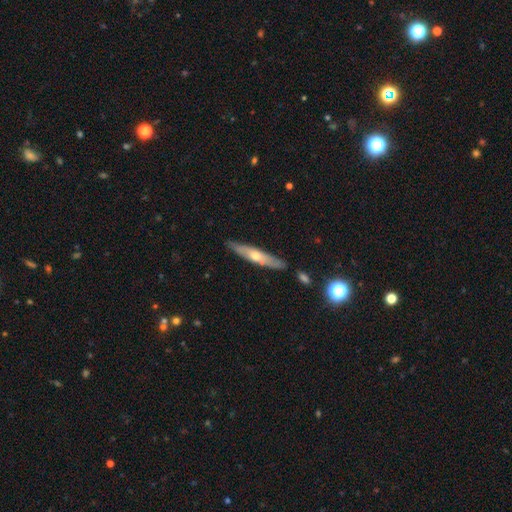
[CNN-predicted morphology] A featured or disk galaxy (58%) viewed edge-on (82%). Merging: none (85%).